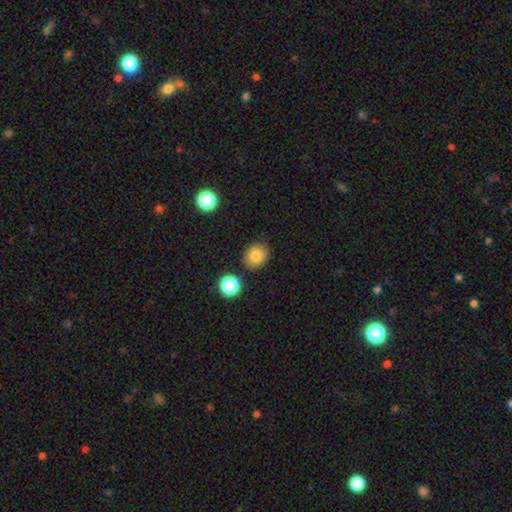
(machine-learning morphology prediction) smooth 81%, star or artifact 11%, featured or disk 7%. Down the decision tree: how rounded — round (59%); merging — none (84%).